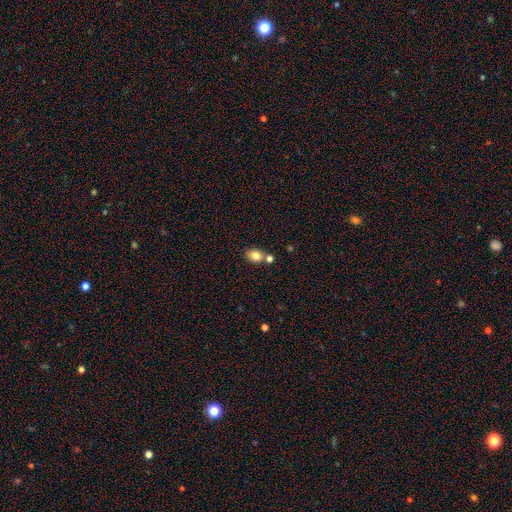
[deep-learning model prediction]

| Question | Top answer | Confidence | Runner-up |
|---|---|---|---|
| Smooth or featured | smooth | 81% | star or artifact (10%) |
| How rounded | in between | 60% | round (39%) |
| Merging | none | 61% | merger (24%) |